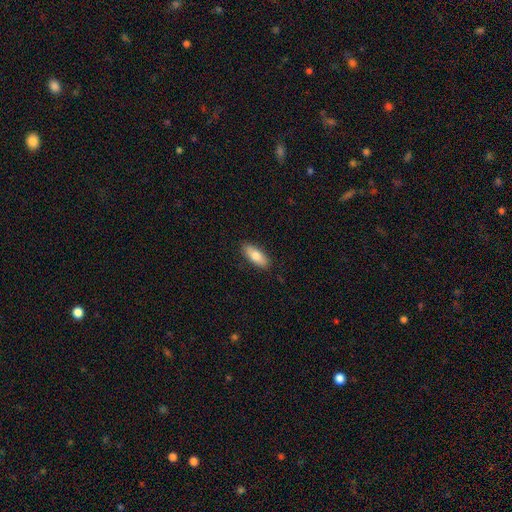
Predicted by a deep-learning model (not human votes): smooth 79%, featured or disk 15%, star or artifact 6%. Down the decision tree: how rounded — in between (73%); merging — none (87%).